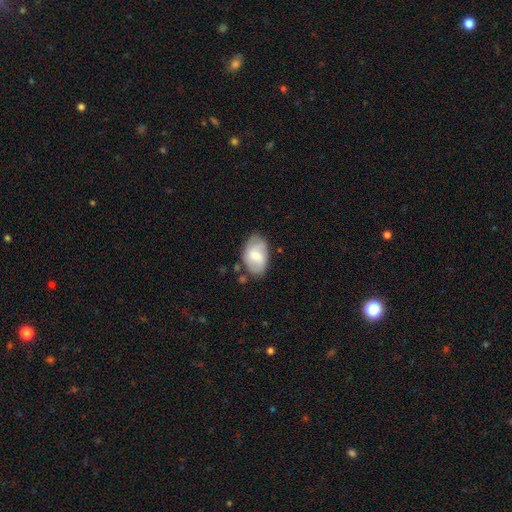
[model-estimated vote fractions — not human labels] A smooth galaxy with no disk features (61%) that is in between round and cigar-shaped (90%). Merging: none (64%).